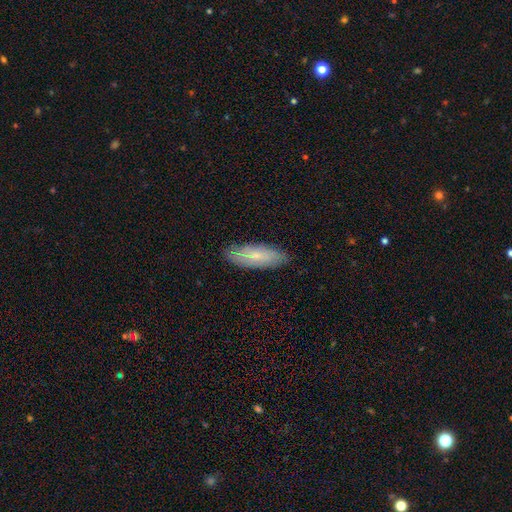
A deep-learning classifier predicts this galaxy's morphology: Overall: smooth (60%; featured or disk 34%). How rounded: in between (57%; cigar-shaped 41%). Merging: none (84%).